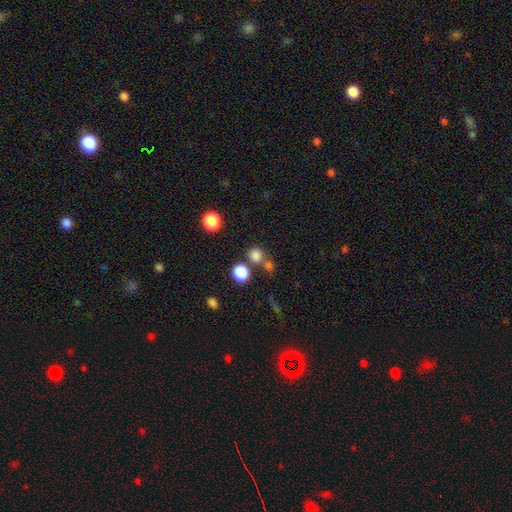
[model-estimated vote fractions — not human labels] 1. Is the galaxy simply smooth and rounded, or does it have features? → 79% smooth, 15% star or artifact, 6% featured or disk.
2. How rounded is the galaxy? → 86% round, 13% in between, 1% cigar-shaped.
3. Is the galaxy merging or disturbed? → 64% none, 24% merger, 8% minor disturbance, 4% major disturbance.